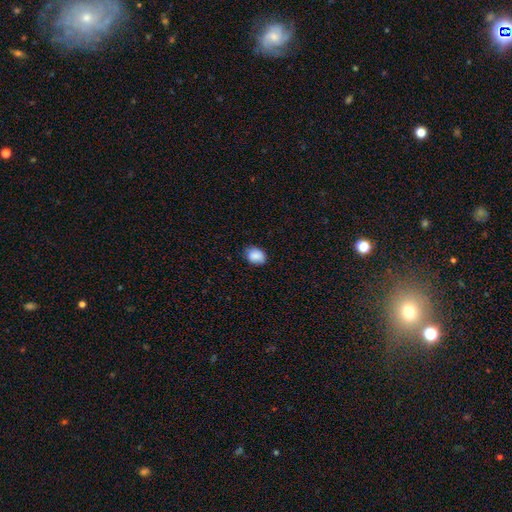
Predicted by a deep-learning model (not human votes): This appears to be a smooth galaxy with no disk features (87%) that is in between round and cigar-shaped (68%). Merging: none (76%).